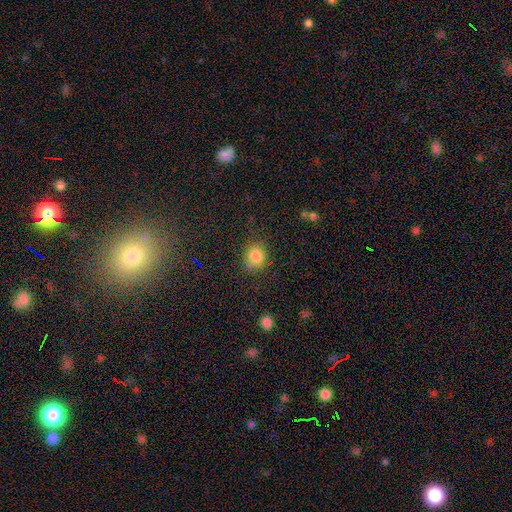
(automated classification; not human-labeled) smooth-or-featured: smooth: 83% | star or artifact: 12% | featured or disk: 5%
  how-rounded: round: 75% | in between: 24% | cigar-shaped: 1%
  merging: none: 78% | minor disturbance: 14% | major disturbance: 5% | merger: 3%